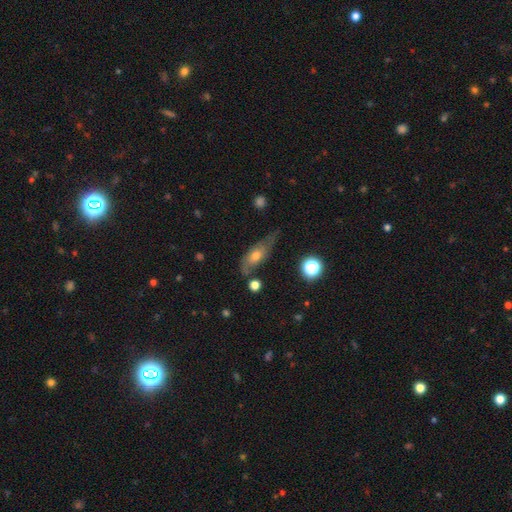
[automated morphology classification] Smooth or featured? Predicted: smooth (p=0.50). How rounded? Predicted: in between (p=0.66). Merging? Predicted: none (p=0.53).